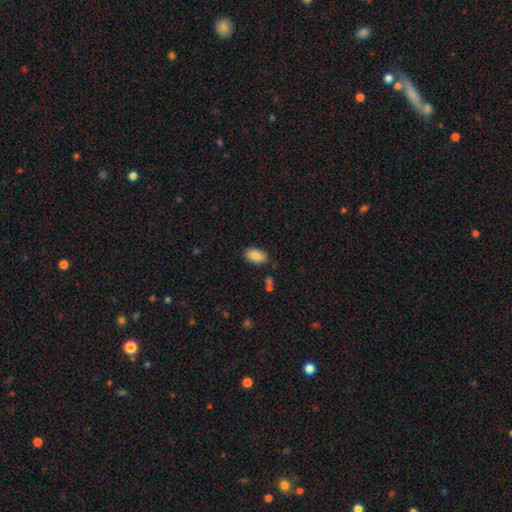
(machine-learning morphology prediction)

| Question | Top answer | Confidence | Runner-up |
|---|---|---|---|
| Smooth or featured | smooth | 88% | star or artifact (7%) |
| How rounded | in between | 94% | round (4%) |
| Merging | none | 86% | minor disturbance (9%) |